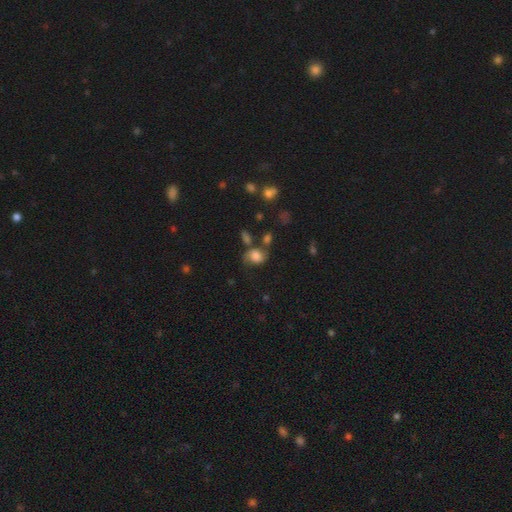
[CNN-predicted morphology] smooth_or_featured: smooth (p=0.67) [alt: featured or disk p=0.21]
how_rounded: in between (p=0.51) [alt: round p=0.47]
merging: none (p=0.46) [alt: minor disturbance p=0.25]